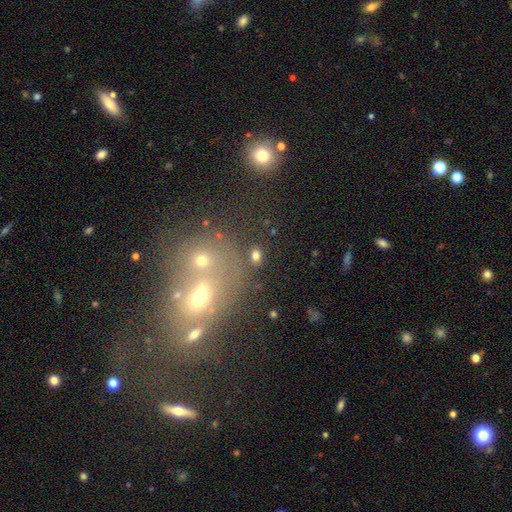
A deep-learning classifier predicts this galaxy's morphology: smooth-or-featured: smooth: 75% | star or artifact: 15% | featured or disk: 10%
  how-rounded: in between: 64% | round: 33% | cigar-shaped: 2%
  merging: none: 77% | merger: 9% | minor disturbance: 9% | major disturbance: 4%